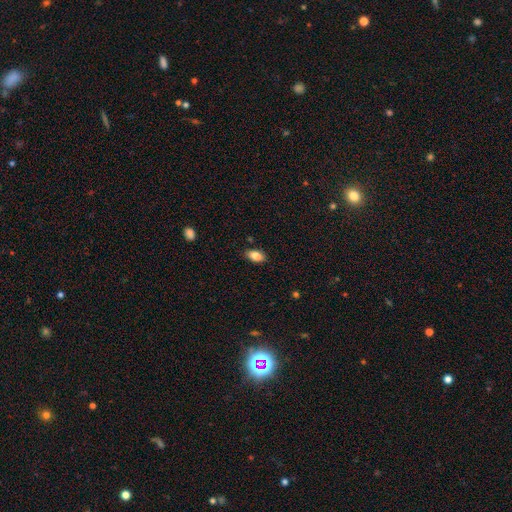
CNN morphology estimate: This appears to be a smooth galaxy with no disk features (85%) that is in between round and cigar-shaped (90%). Merging: none (84%).